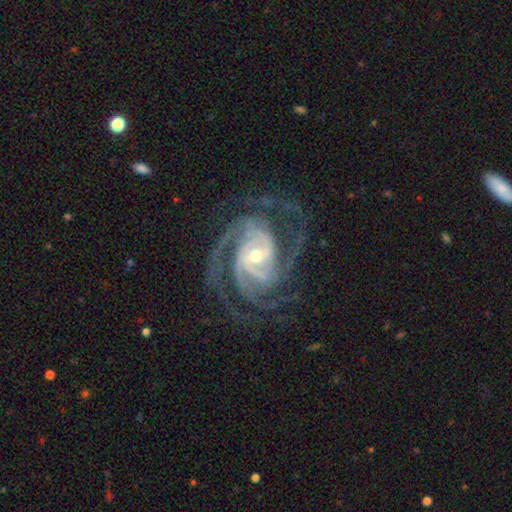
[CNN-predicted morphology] Smooth or featured?
  - featured or disk: 94% *
  - star or artifact: 4%
  - smooth: 2%
Edge-on disk?
  - no: 98% *
  - yes: 2%
Bar?
  - weak: 41% *
  - no: 35%
  - strong: 25%
Spiral arms?
  - yes: 99% *
  - no: 1%
Spiral winding?
  - tight: 55% *
  - medium: 39%
  - loose: 5%
Spiral arm count?
  - 3: 39% *
  - 2: 21%
  - 4: 18%
  - can't tell: 9%
  - more than 4: 6%
  - 1: 6%
Bulge size?
  - small: 50% *
  - moderate: 45%
  - large: 3%
  - none: 1%
  - dominant: 1%
Merging?
  - none: 73% *
  - minor disturbance: 15%
  - major disturbance: 11%
  - merger: 1%